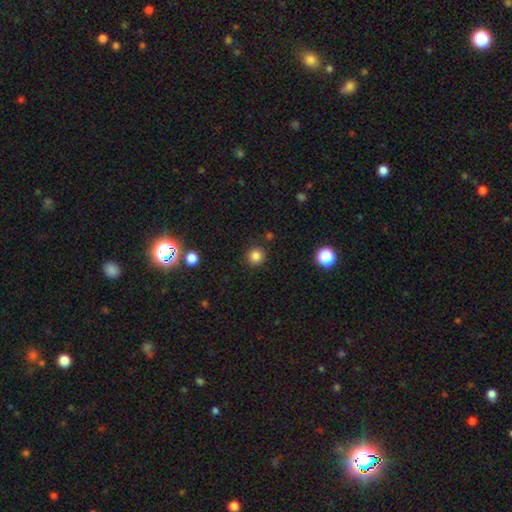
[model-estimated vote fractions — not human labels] Q: Smooth or featured?
A: smooth (84%); runner-up: star or artifact (12%)
Q: How rounded?
A: round (93%); runner-up: in between (6%)
Q: Merging?
A: none (88%); runner-up: minor disturbance (7%)